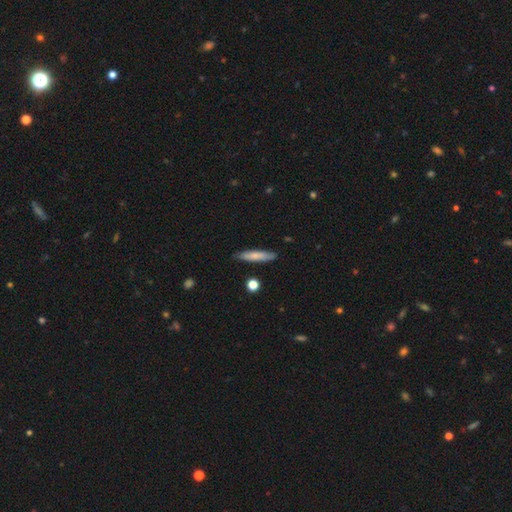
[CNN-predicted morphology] The model was most divided on "smooth or featured": smooth: 71%, featured or disk: 22%, star or artifact: 6%. More confident: how rounded — cigar-shaped (87%); merging — none (84%).